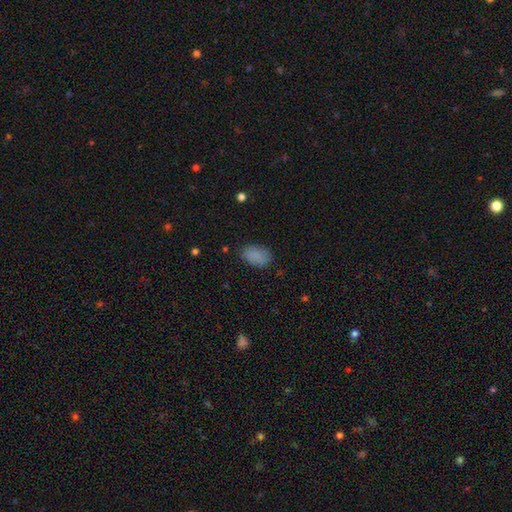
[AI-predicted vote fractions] Smooth or featured? Predicted: smooth (p=0.87). How rounded? Predicted: in between (p=0.90). Merging? Predicted: none (p=0.81).